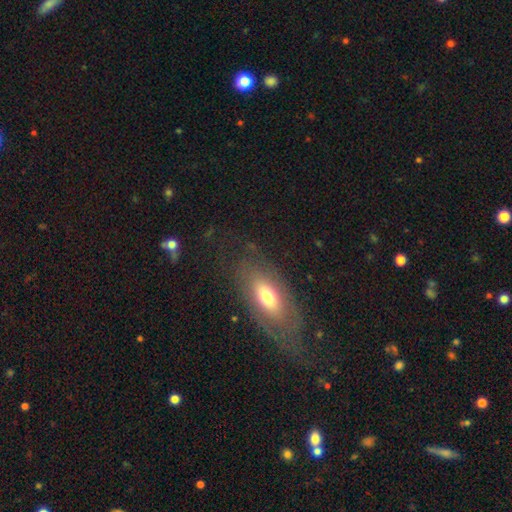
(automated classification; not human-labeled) This appears to be a featured or disk galaxy (51%). Merging: none (71%).